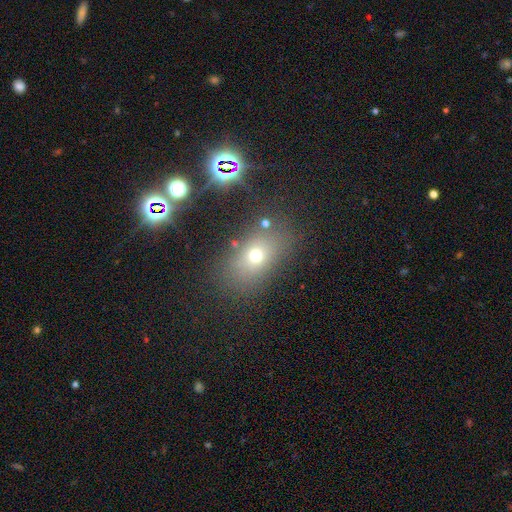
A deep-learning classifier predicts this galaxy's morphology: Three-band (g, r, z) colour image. It shows a smooth galaxy with no disk features (64%) that is in between round and cigar-shaped (71%). Merging: none (76%).